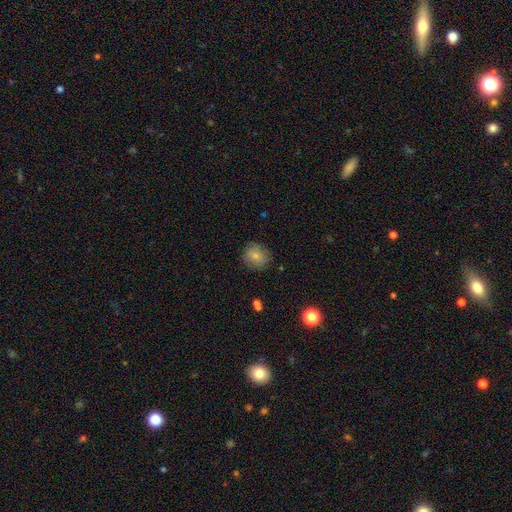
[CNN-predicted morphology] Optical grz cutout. It shows a smooth galaxy with no disk features (77%) that is round (79%). Merging: none (79%).